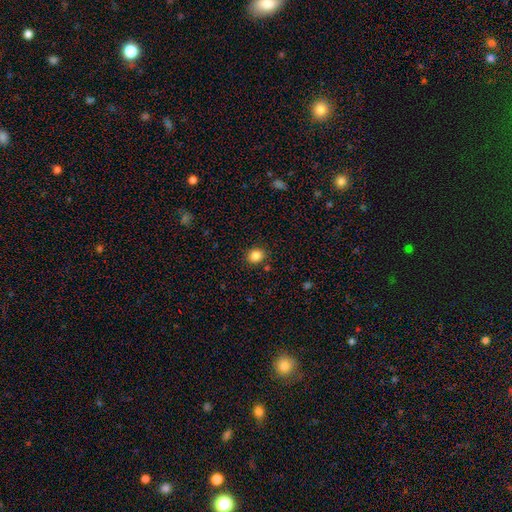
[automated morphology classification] A smooth galaxy with no disk features (85%) that is round (69%).

Vote fractions:
- Smooth or featured? smooth: 85% / star or artifact: 11% / featured or disk: 4%
- How rounded? round: 69% / in between: 30% / cigar-shaped: 1%
- Merging? none: 88% / minor disturbance: 8% / major disturbance: 2% / merger: 2%